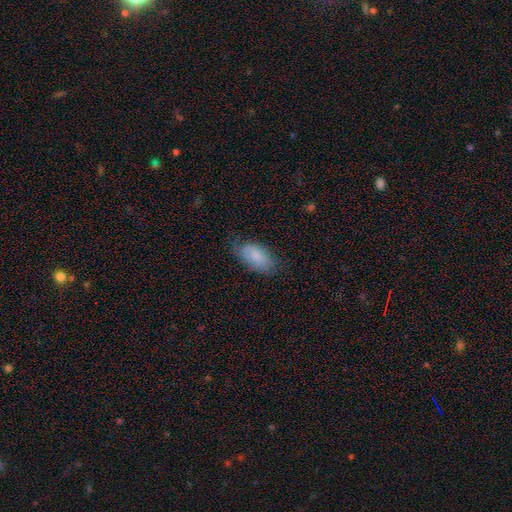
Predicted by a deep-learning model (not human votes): smooth 76%, featured or disk 18%, star or artifact 7%. Down the decision tree: how rounded — in between (94%); merging — none (60%).